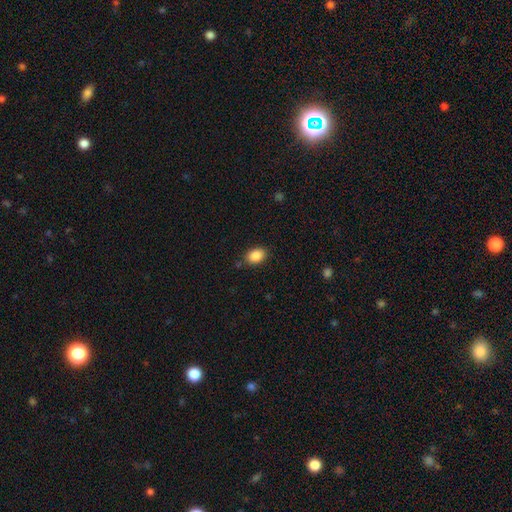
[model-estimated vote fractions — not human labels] Smooth or featured: smooth — 88% (star or artifact — 8%)
How rounded: in between — 83% (round — 16%)
Merging: none — 84% (minor disturbance — 11%)